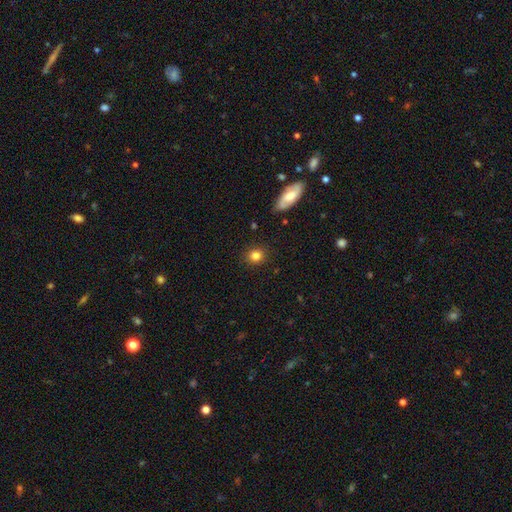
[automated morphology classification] Q: Smooth or featured?
A: smooth (83%); runner-up: star or artifact (11%)
Q: How rounded?
A: round (78%); runner-up: in between (21%)
Q: Merging?
A: none (87%); runner-up: minor disturbance (9%)